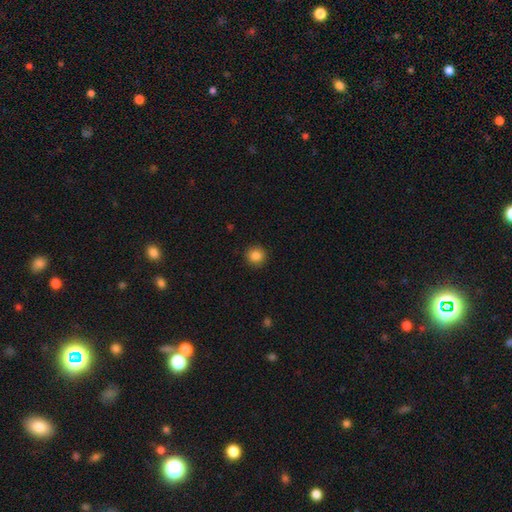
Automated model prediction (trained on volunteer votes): The model was most divided on "smooth or featured": smooth: 85%, star or artifact: 10%, featured or disk: 4%. More confident: how rounded — round (93%); merging — none (91%).